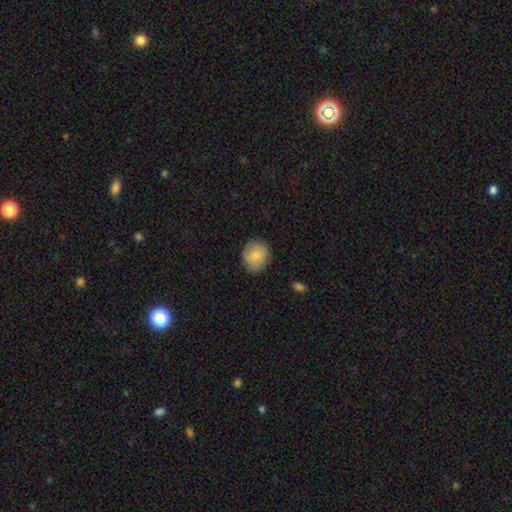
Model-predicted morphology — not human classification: Overall: smooth (83%). How rounded: round (71%). Merging: none (84%).